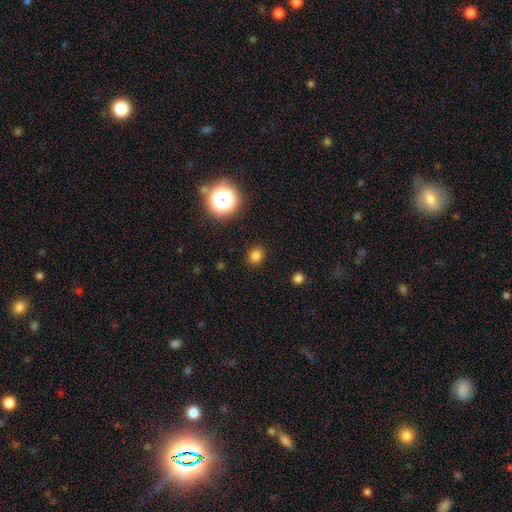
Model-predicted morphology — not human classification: type=smooth (79%); roundness=round (75%); merging=none (88%).